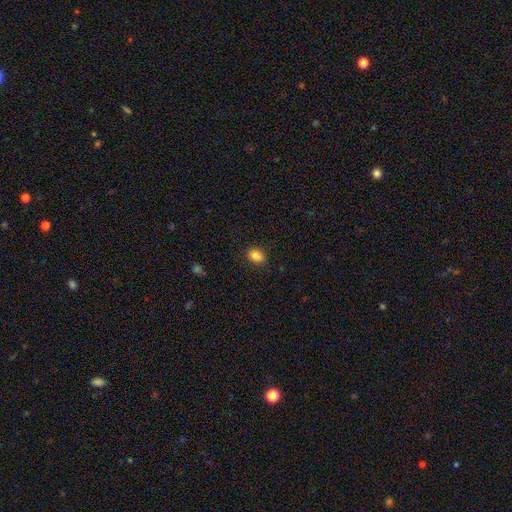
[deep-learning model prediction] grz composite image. It shows a smooth galaxy with no disk features (85%) that is in between round and cigar-shaped (71%). Merging: none (87%).